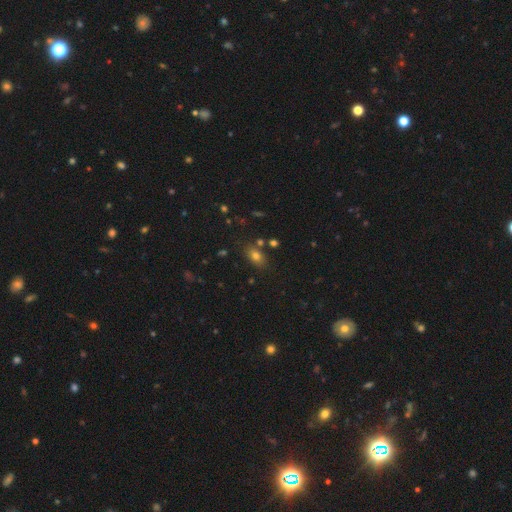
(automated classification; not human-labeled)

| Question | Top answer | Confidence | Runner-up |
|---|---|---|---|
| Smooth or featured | smooth | 71% | star or artifact (18%) |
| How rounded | in between | 77% | round (20%) |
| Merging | none | 77% | minor disturbance (12%) |